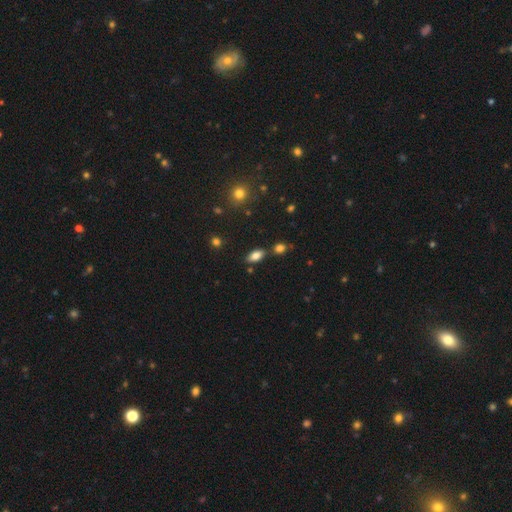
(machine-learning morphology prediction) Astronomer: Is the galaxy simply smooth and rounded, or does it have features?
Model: smooth — 81%.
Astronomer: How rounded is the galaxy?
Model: in between — 90%.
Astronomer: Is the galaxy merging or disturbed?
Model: none — 77%.